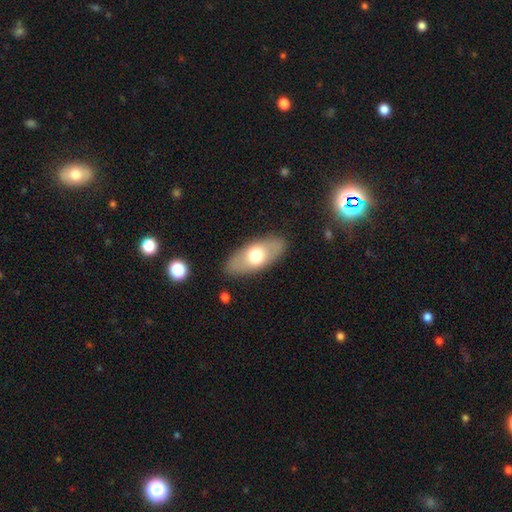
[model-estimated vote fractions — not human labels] Smooth or featured?
  - smooth: 61% *
  - featured or disk: 33%
  - star or artifact: 6%
How rounded?
  - in between: 86% *
  - cigar-shaped: 10%
  - round: 4%
Merging?
  - none: 86% *
  - minor disturbance: 10%
  - major disturbance: 3%
  - merger: 1%